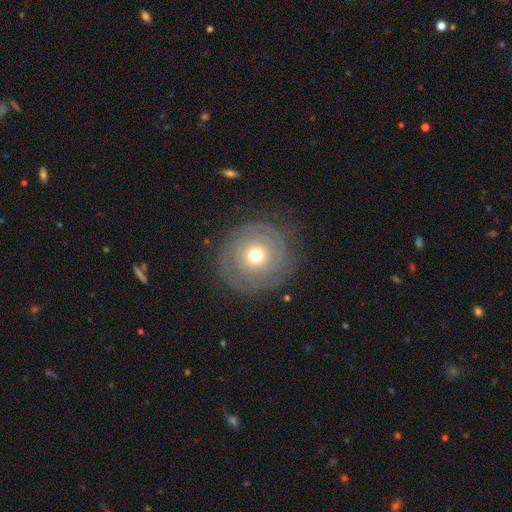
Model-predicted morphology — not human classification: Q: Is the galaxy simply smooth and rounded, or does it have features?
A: featured or disk — 66%.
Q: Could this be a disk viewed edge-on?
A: no — 97%.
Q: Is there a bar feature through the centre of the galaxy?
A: no — 86%.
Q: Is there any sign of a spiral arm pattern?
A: yes — 77%.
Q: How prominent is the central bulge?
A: moderate — 58%.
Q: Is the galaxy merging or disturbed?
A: none — 81%.